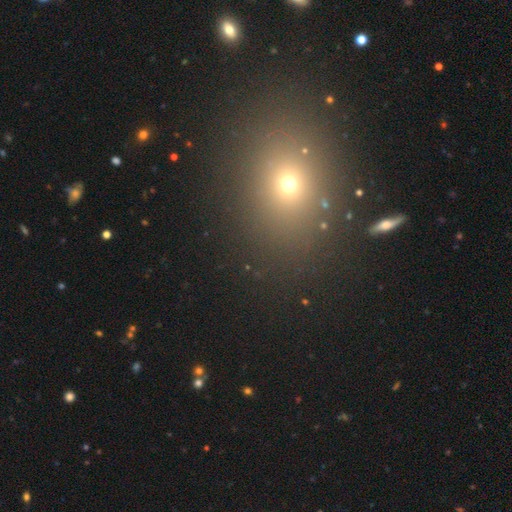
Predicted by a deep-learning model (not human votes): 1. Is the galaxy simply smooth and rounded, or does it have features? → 56% smooth, 35% star or artifact, 9% featured or disk.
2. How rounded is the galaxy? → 51% round, 47% in between, 2% cigar-shaped.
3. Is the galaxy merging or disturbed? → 88% none, 7% minor disturbance, 3% major disturbance, 2% merger.